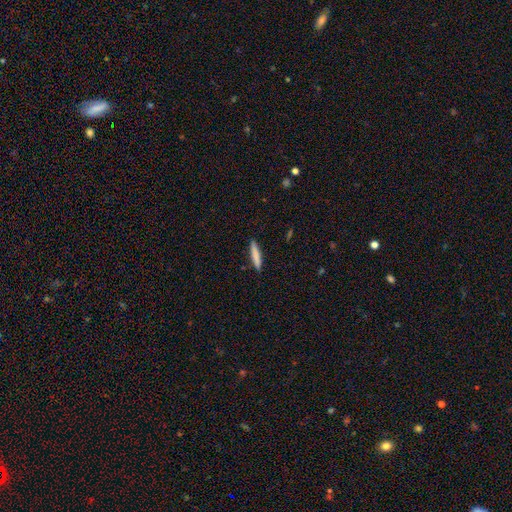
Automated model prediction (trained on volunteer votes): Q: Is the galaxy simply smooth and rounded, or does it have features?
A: smooth — 81%.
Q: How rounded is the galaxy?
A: cigar-shaped — 92%.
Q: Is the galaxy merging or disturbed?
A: none — 90%.